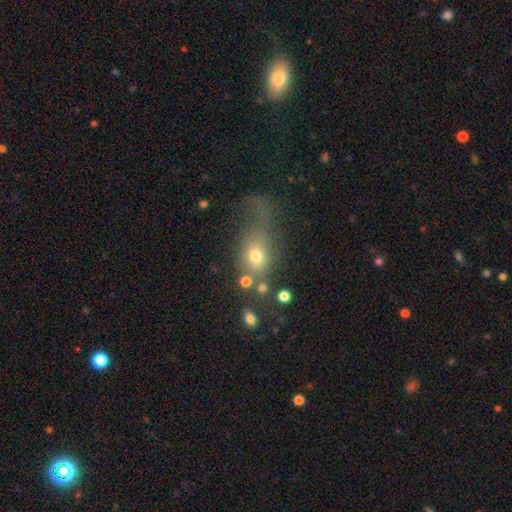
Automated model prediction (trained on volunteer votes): A smooth galaxy with no disk features (66%) that is in between round and cigar-shaped (61%).

Vote fractions:
- Smooth or featured? smooth: 66% / featured or disk: 20% / star or artifact: 14%
- How rounded? in between: 61% / round: 35% / cigar-shaped: 5%
- Merging? major disturbance: 41% / none: 29% / minor disturbance: 16% / merger: 14%